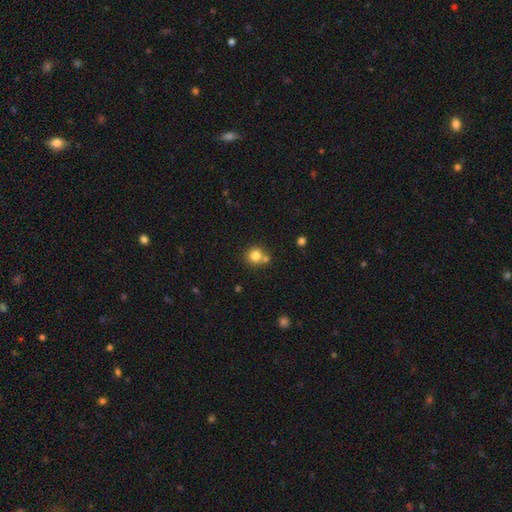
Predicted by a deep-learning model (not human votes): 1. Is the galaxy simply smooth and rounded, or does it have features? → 81% smooth, 12% star or artifact, 8% featured or disk.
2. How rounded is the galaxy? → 91% round, 8% in between, 1% cigar-shaped.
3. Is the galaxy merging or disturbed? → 63% none, 26% merger, 8% minor disturbance, 3% major disturbance.